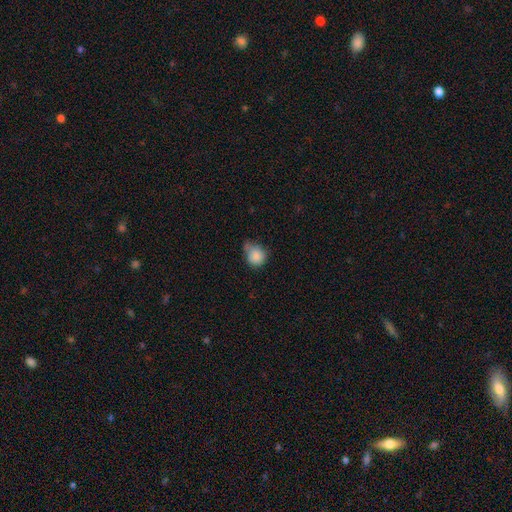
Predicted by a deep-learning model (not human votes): Smooth or featured?
  - smooth: 85% *
  - star or artifact: 9%
  - featured or disk: 6%
How rounded?
  - round: 77% *
  - in between: 22%
  - cigar-shaped: 1%
Merging?
  - none: 40% * (tied)
  - minor disturbance: 40% * (tied)
  - major disturbance: 12%
  - merger: 9%